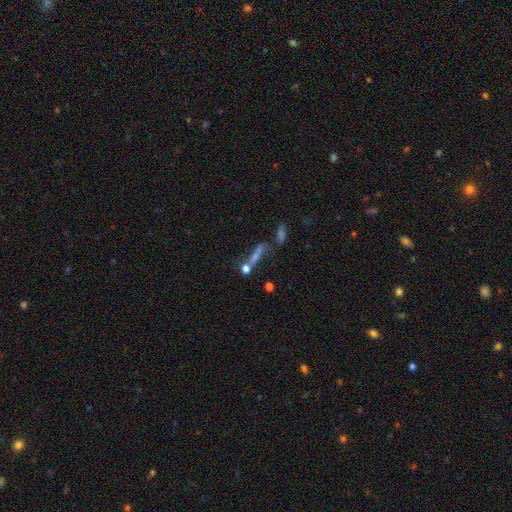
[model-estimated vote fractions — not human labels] The model was most divided on "smooth or featured": smooth: 36%, featured or disk: 35%, star or artifact: 28%. Remaining: merging — none (38%).